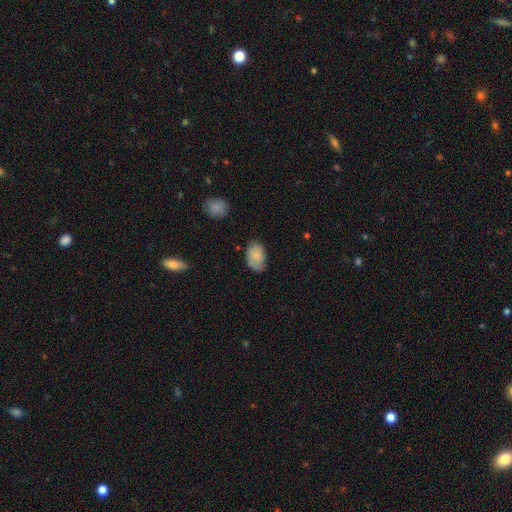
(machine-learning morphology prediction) smooth_or_featured: smooth (p=0.80) [alt: featured or disk p=0.13]
how_rounded: in between (p=0.90) [alt: round p=0.09]
merging: none (p=0.65) [alt: minor disturbance p=0.27]